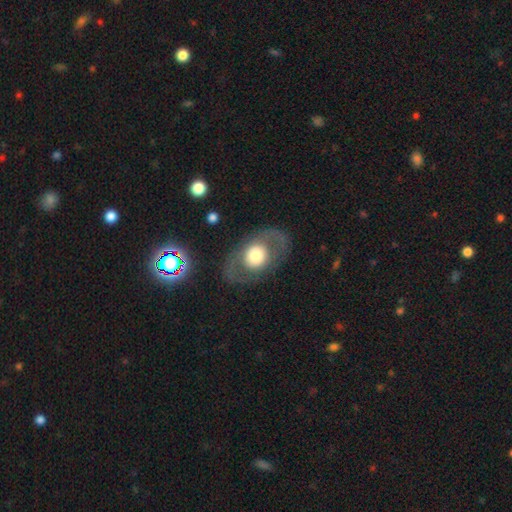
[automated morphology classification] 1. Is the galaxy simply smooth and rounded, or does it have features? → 49% featured or disk, 44% smooth, 7% star or artifact.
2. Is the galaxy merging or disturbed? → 79% none, 11% minor disturbance, 9% major disturbance, 1% merger.